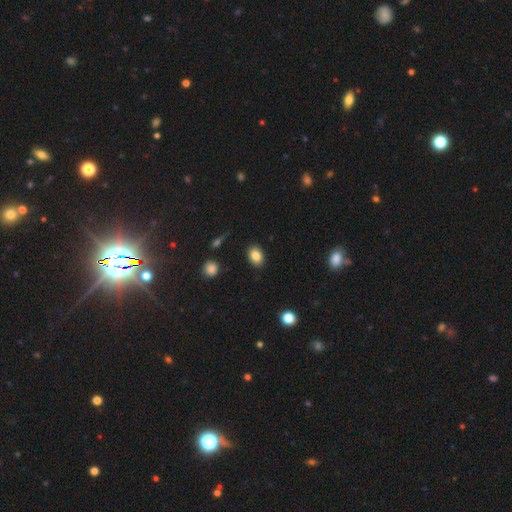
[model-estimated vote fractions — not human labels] Overall: smooth (85%). How rounded: in between (77%). Merging: none (88%).